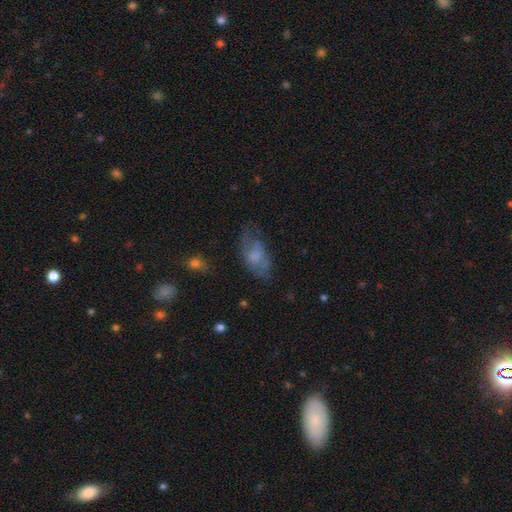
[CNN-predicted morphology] Smooth or featured: smooth — 54% (featured or disk — 37%)
How rounded: in between — 89% (round — 6%)
Merging: none — 50% (minor disturbance — 28%)